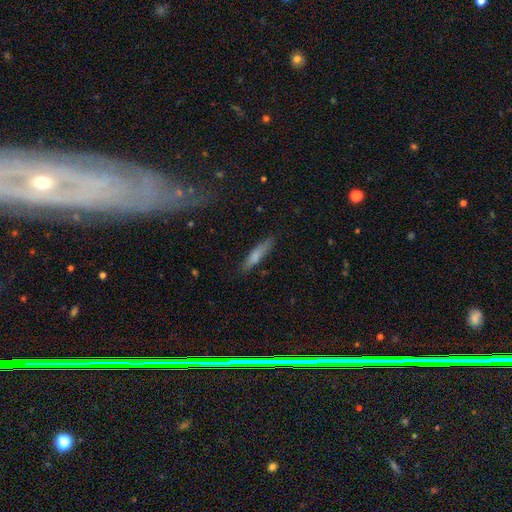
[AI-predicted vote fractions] The model was most divided on "smooth or featured": smooth: 74%, featured or disk: 19%, star or artifact: 6%. More confident: how rounded — cigar-shaped (84%); merging — none (82%).